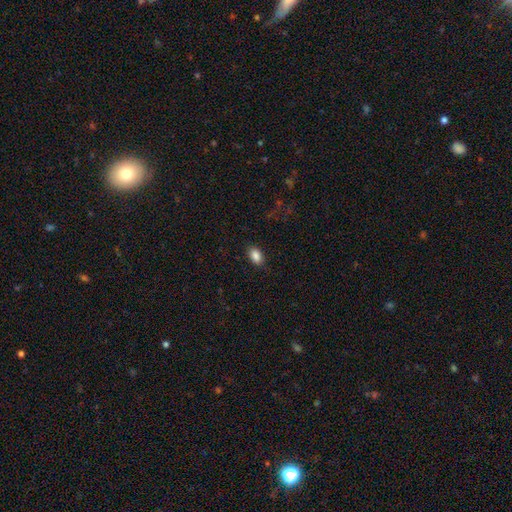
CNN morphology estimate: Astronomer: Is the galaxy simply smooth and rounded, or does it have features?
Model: smooth — 87%.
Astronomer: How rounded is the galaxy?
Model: in between — 88%.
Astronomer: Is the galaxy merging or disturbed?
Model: none — 85%.